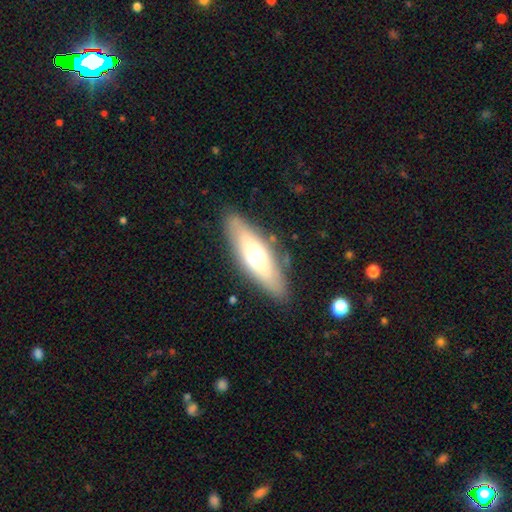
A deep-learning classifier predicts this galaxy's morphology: type=smooth (55%); roundness=in between (52%); merging=none (85%).